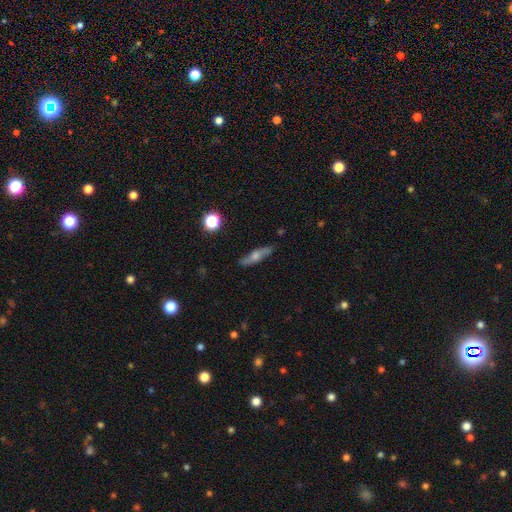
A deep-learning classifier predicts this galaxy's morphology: This appears to be a featured or disk galaxy (50%). Merging: none (85%).